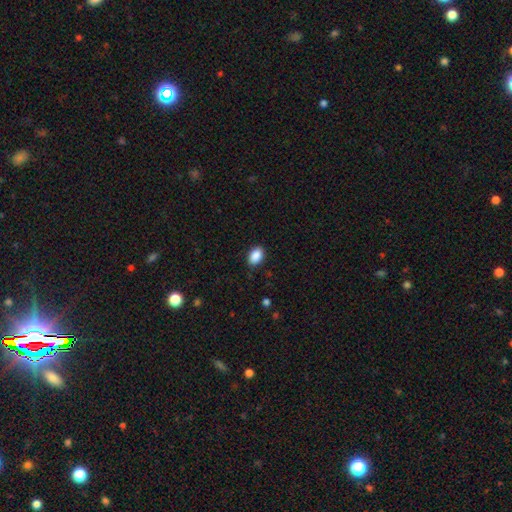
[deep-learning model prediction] This is clearly a smooth galaxy (89%). How rounded: clearly in between (87%). Merging: clearly none (87%).